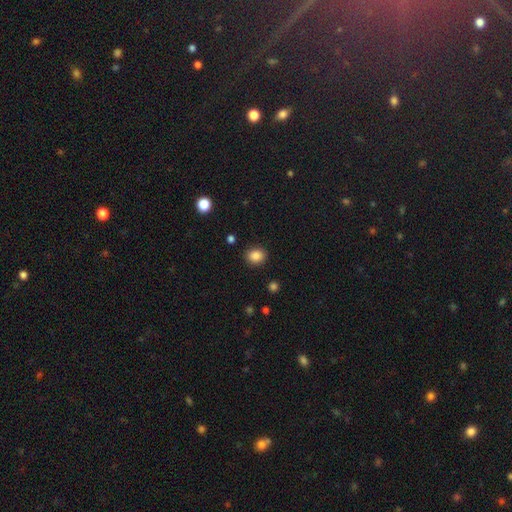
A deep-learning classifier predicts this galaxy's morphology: This appears to be a smooth galaxy with no disk features (85%) that is round (61%). Merging: none (89%).